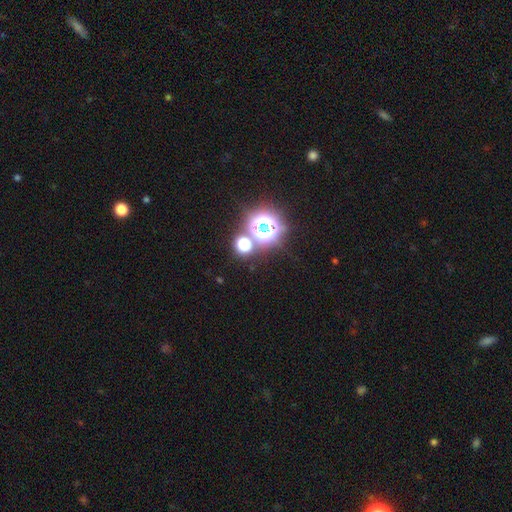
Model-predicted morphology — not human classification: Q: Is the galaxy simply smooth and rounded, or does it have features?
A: star or artifact — 79%.